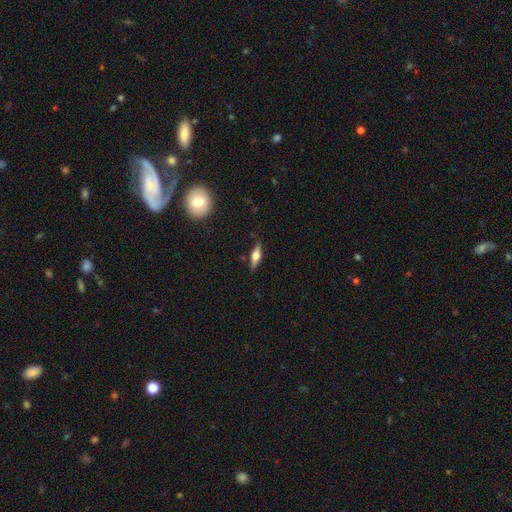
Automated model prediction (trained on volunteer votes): Overall: featured or disk (50%; smooth 43%). Merging: none (84%).